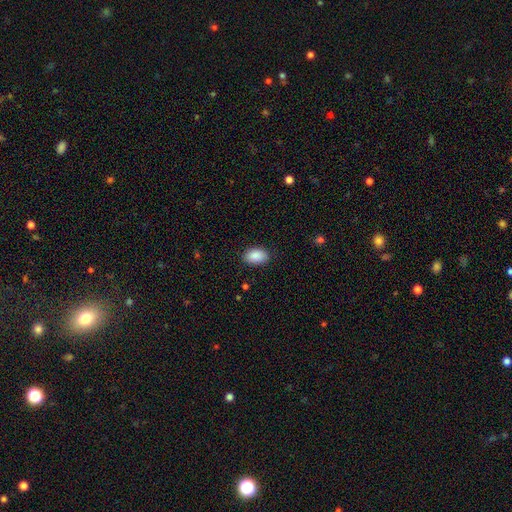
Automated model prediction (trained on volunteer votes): A smooth galaxy with no disk features (89%) that is in between round and cigar-shaped (92%). Merging: none (87%).